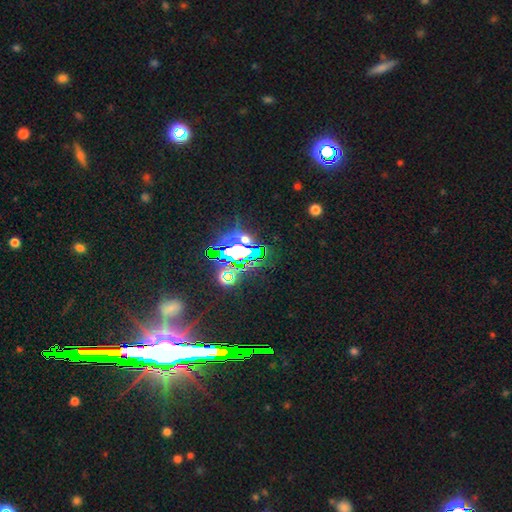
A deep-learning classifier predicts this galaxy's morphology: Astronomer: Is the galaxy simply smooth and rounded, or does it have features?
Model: star or artifact — 76%.